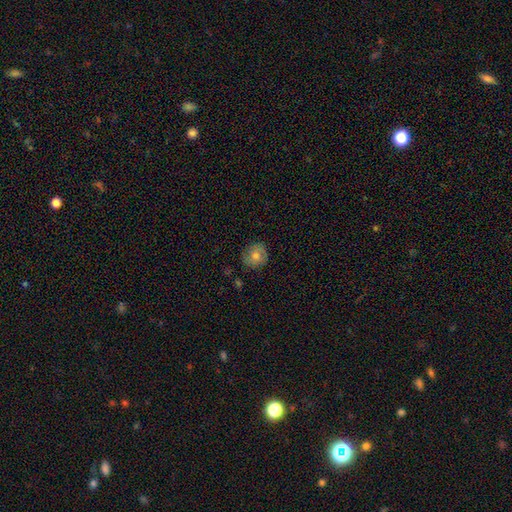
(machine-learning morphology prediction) Q: Smooth or featured?
A: smooth (65%); runner-up: featured or disk (24%)
Q: How rounded?
A: round (85%); runner-up: in between (14%)
Q: Merging?
A: none (82%); runner-up: minor disturbance (13%)